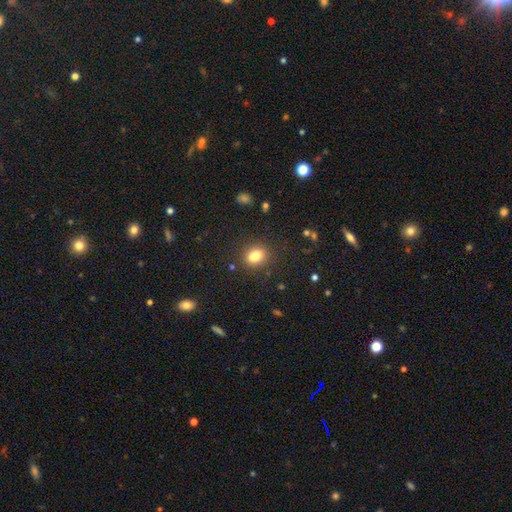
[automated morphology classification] Smooth or featured? Predicted: smooth (p=0.80). How rounded? Predicted: in between (p=0.53). Merging? Predicted: none (p=0.82).